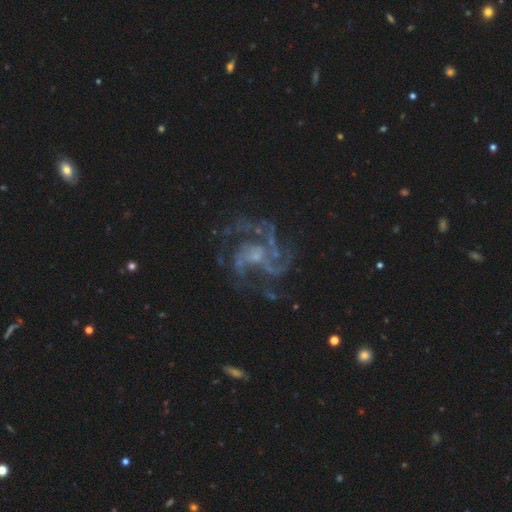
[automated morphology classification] This appears to be a featured or disk galaxy (88%) with no bar (62%), 3 (34%) medium (54%) spiral arms (96%) and a small central bulge (61%). Merging: none (61%).